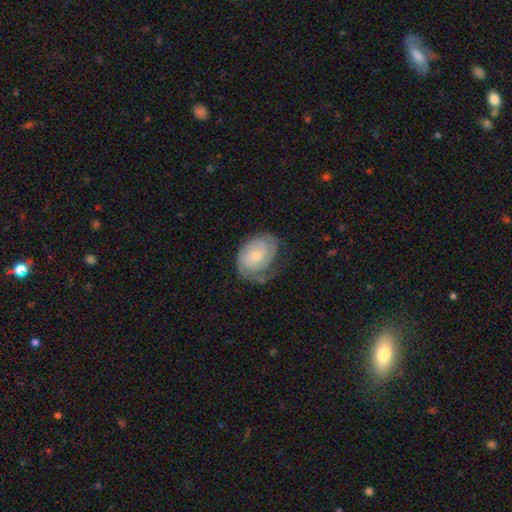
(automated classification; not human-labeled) This appears to be a featured or disk galaxy (78%) with no bar (67%), 2 (48%) tight (71%) spiral arms (95%) and a small central bulge (59%). Merging: none (62%).